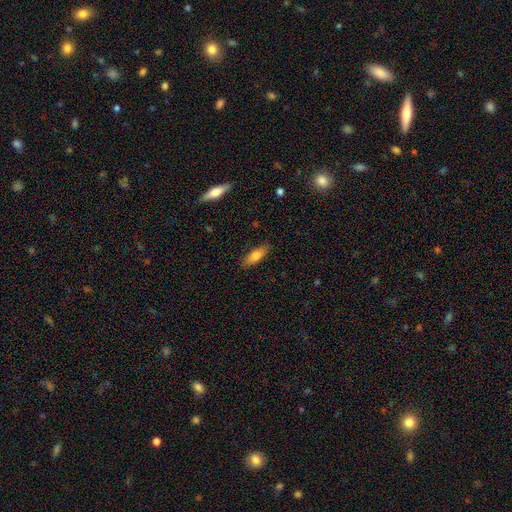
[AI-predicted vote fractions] Smooth or featured? smooth (75%)
How rounded? in between (56%)
Merging? none (86%)